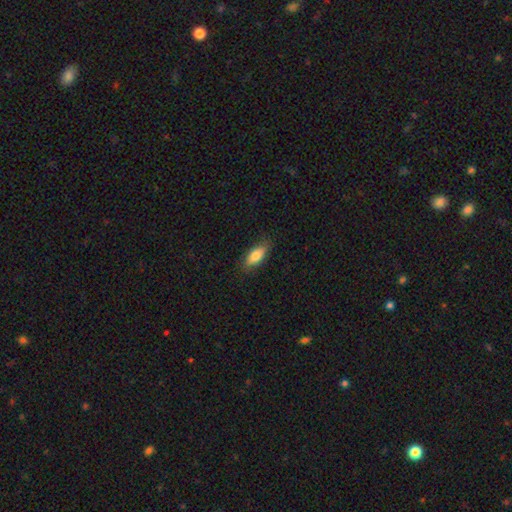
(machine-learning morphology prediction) smooth_or_featured: smooth (p=0.80) [alt: featured or disk p=0.14]
how_rounded: in between (p=0.81) [alt: cigar-shaped p=0.16]
merging: none (p=0.80) [alt: minor disturbance p=0.15]